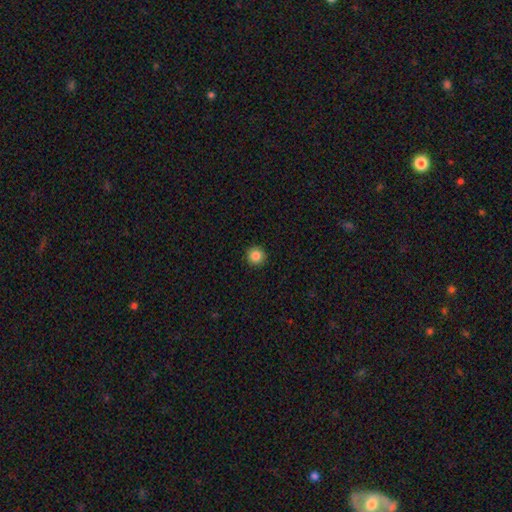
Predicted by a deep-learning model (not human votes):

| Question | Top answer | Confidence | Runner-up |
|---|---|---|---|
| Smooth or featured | smooth | 86% | star or artifact (10%) |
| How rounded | round | 96% | in between (3%) |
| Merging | none | 93% | minor disturbance (5%) |